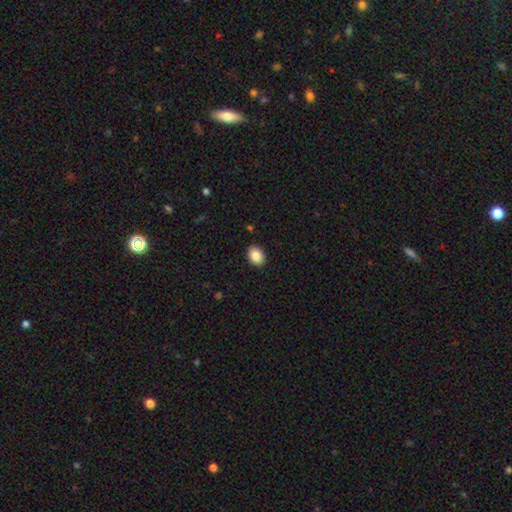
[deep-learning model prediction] This is clearly a smooth galaxy (86%). How rounded: likely in between (69%). Merging: clearly none (90%).